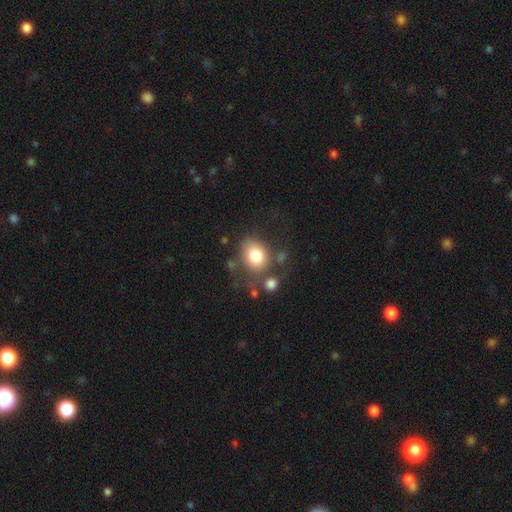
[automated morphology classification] Q: Smooth or featured?
A: smooth (78%); runner-up: featured or disk (12%)
Q: How rounded?
A: round (52%); runner-up: in between (48%)
Q: Merging?
A: none (63%); runner-up: minor disturbance (18%)